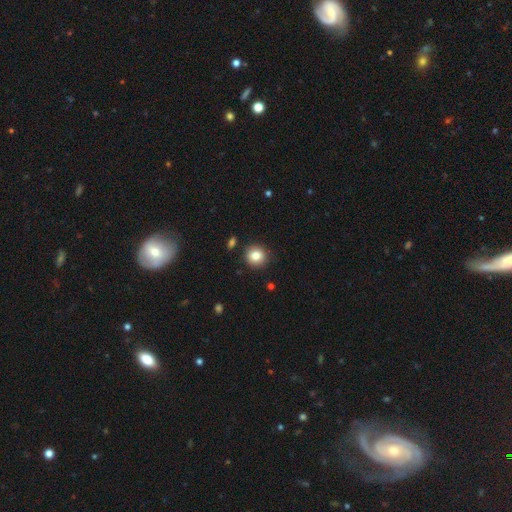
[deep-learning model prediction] This is clearly a smooth galaxy (82%). How rounded: clearly round (92%). Merging: clearly none (88%).